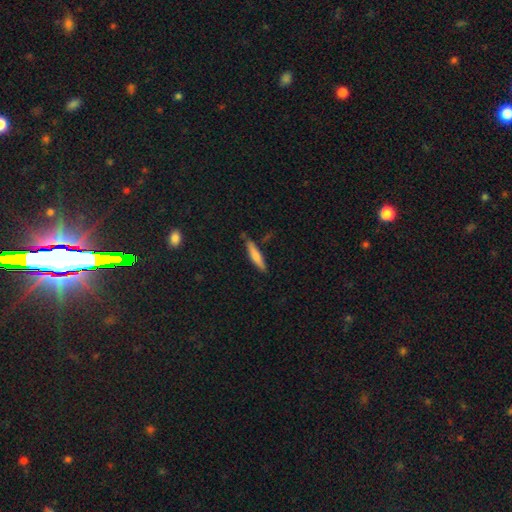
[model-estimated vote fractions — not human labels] Overall: smooth (72%). How rounded: cigar-shaped (86%). Merging: none (75%).